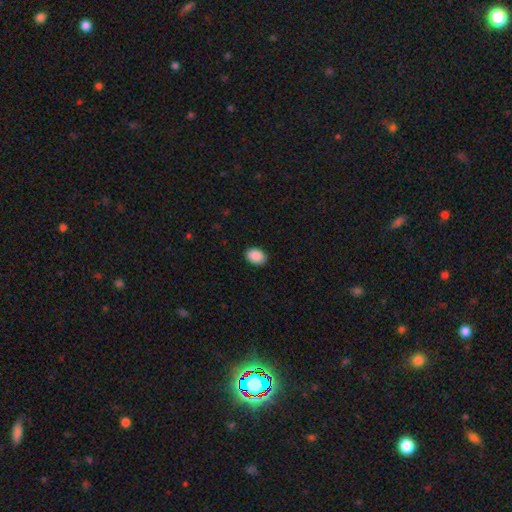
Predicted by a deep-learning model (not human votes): Morphology: type=smooth (90%); roundness=in between (73%); merging=none (90%).